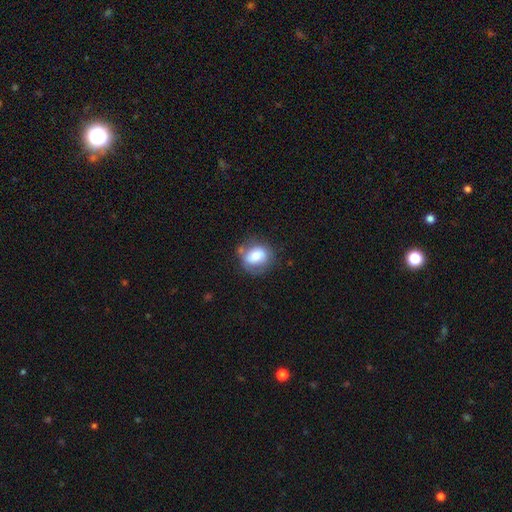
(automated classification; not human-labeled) Morphology: type=smooth (65%); roundness=round (58%); merging=none (55%).